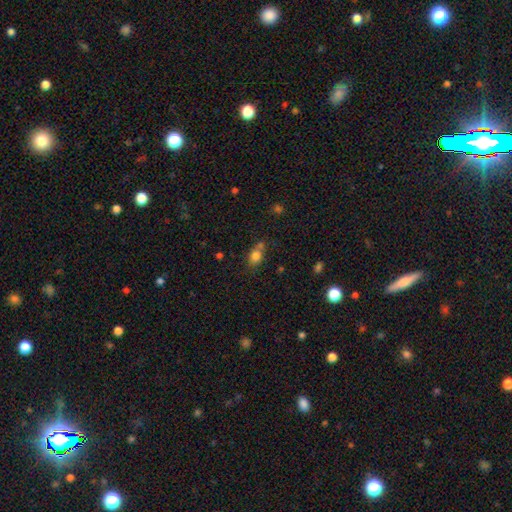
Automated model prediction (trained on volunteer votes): smooth_or_featured: smooth (p=0.81) [alt: star or artifact p=0.12]
how_rounded: in between (p=0.54) [alt: round p=0.44]
merging: none (p=0.50) [alt: merger p=0.26]